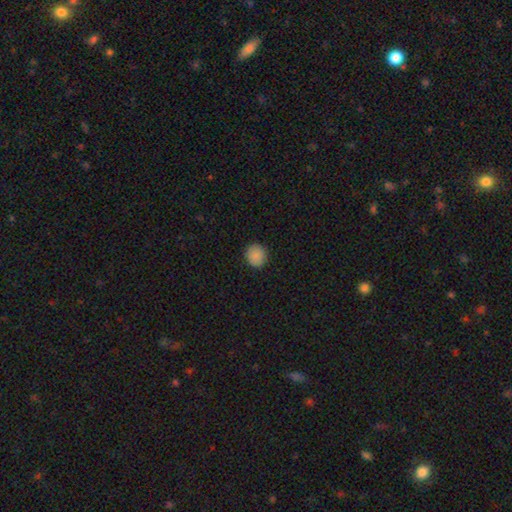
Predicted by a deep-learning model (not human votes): A smooth galaxy with no disk features (87%) that is round (87%).

Vote fractions:
- Smooth or featured? smooth: 87% / star or artifact: 9% / featured or disk: 3%
- How rounded? round: 87% / in between: 12% / cigar-shaped: 1%
- Merging? none: 90% / minor disturbance: 7% / major disturbance: 2% / merger: 1%